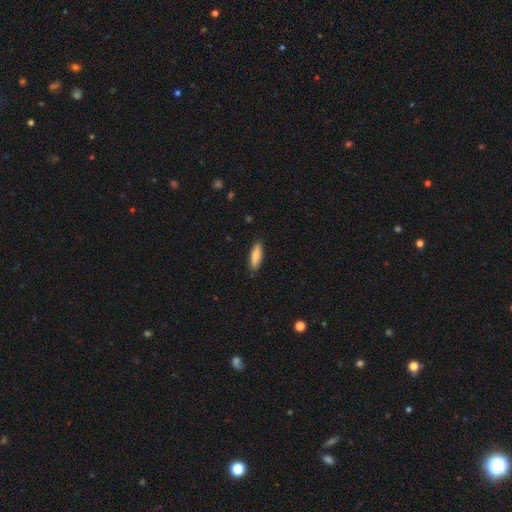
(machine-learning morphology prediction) Q: Smooth or featured?
A: smooth (83%); runner-up: featured or disk (12%)
Q: How rounded?
A: in between (50%); runner-up: cigar-shaped (49%)
Q: Merging?
A: none (88%); runner-up: minor disturbance (9%)